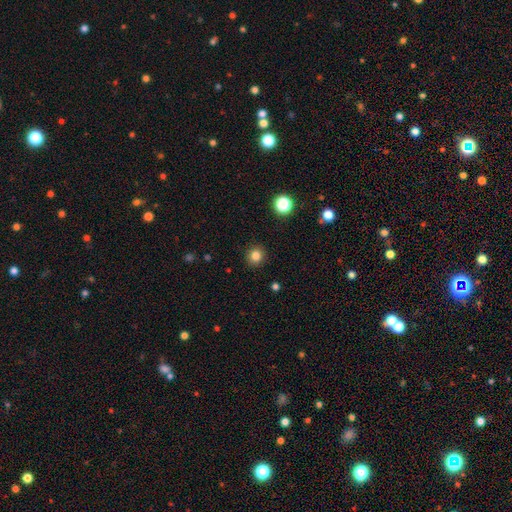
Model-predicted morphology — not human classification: Smooth or featured? smooth (82%)
How rounded? round (91%)
Merging? none (91%)